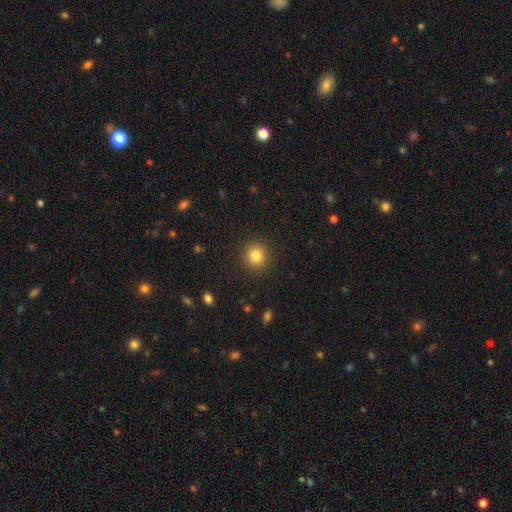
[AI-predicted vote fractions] Smooth or featured? Predicted: smooth (p=0.84). How rounded? Predicted: round (p=0.92). Merging? Predicted: none (p=0.91).